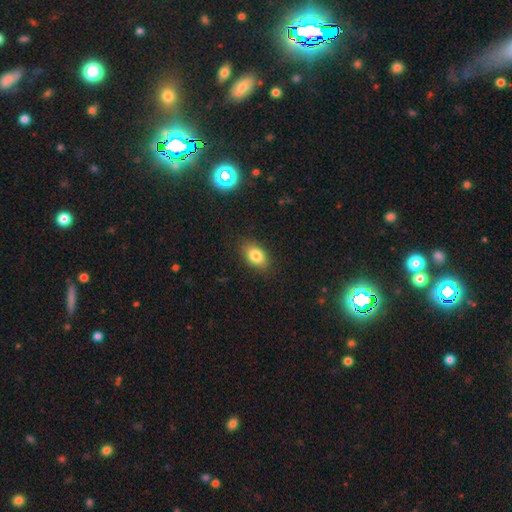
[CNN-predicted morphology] smooth 82%, star or artifact 9%, featured or disk 9%. Down the decision tree: how rounded — in between (85%); merging — none (86%).